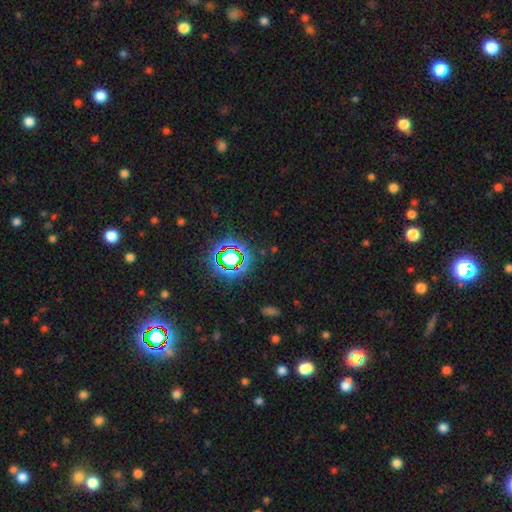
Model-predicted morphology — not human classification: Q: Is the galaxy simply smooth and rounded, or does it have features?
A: star or artifact — 78%.